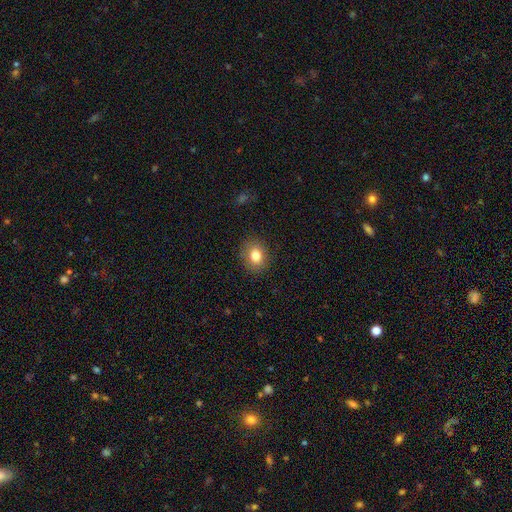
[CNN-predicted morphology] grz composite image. It shows a smooth galaxy with no disk features (81%) that is round (56%). Merging: none (87%).